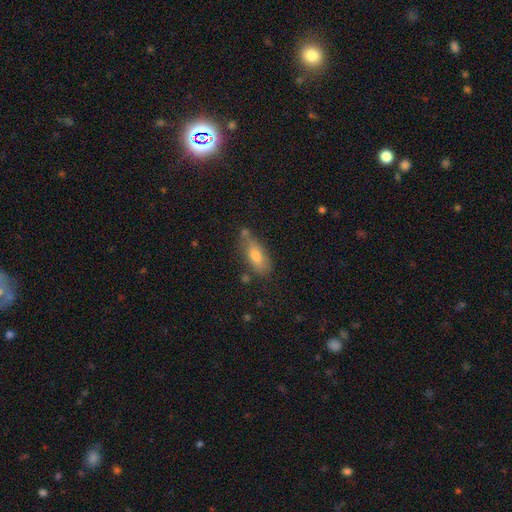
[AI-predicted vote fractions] Morphology: type=smooth (72%); roundness=in between (78%); merging=none (58%).